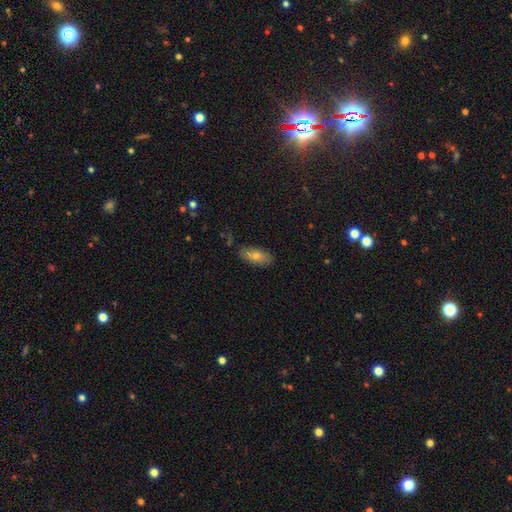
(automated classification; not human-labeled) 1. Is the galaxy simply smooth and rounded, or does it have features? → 66% smooth, 24% featured or disk, 10% star or artifact.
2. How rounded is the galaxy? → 79% in between, 18% cigar-shaped, 3% round.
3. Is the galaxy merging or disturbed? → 80% none, 16% minor disturbance, 3% major disturbance, 2% merger.